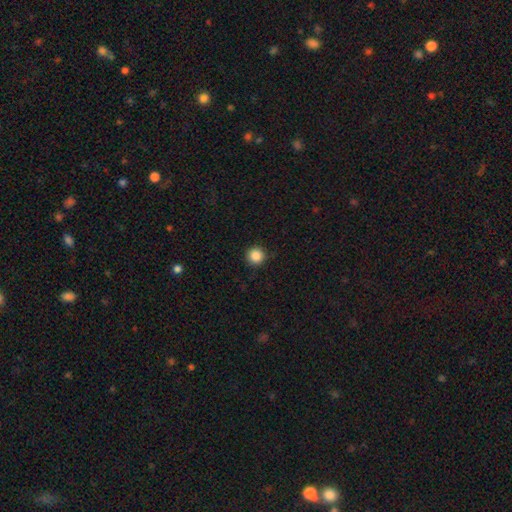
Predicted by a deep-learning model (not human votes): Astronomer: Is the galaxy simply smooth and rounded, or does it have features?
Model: smooth — 87%.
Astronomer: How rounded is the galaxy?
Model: round — 96%.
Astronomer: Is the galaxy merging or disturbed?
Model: none — 91%.